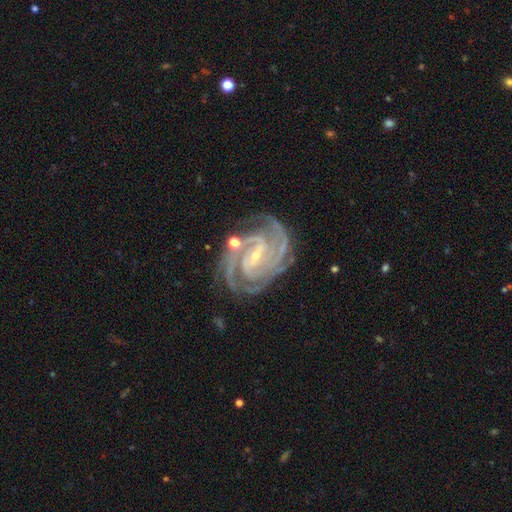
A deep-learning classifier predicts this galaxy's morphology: A featured or disk galaxy (93%) with a strong bar (39%, tied with weak), 3 (31%) tight (71%) spiral arms (99%) and a small central bulge (83%).

Vote fractions:
- Smooth or featured? featured or disk: 93% / star or artifact: 5% / smooth: 3%
- Edge-on disk? no: 98% / yes: 2%
- Bar? strong: 39% (tied) / weak: 39% (tied) / no: 22%
- Spiral arms? yes: 99% / no: 1%
- Spiral winding? tight: 71% / medium: 26% / loose: 3%
- Spiral arm count? 3: 31% / 4: 29% / 2: 18% / can't tell: 9% / more than 4: 7% / 1: 6%
- Bulge size? small: 83% / moderate: 14% / none: 2% / large: 1% / dominant: 1%
- Merging? none: 72% / minor disturbance: 17% / major disturbance: 6% / merger: 5%